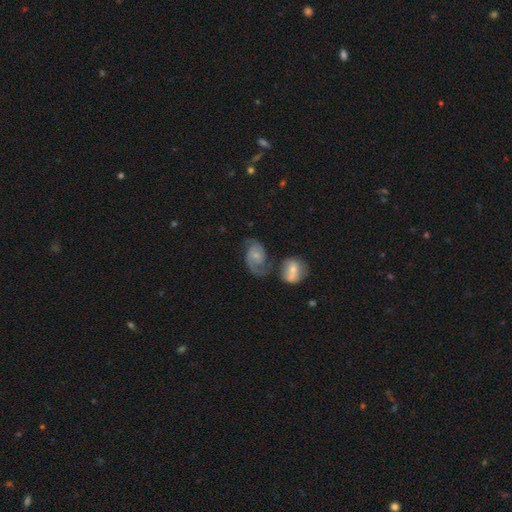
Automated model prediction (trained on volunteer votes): Smooth or featured? Predicted: featured or disk (p=0.68). Edge-on disk? Predicted: no (p=0.97). Bar? Predicted: no (p=0.66). Spiral arms? Predicted: yes (p=0.90). Spiral winding? Predicted: medium (p=0.47). Spiral arm count? Predicted: 2 (p=0.78). Bulge size? Predicted: small (p=0.53). Merging? Predicted: none (p=0.43).